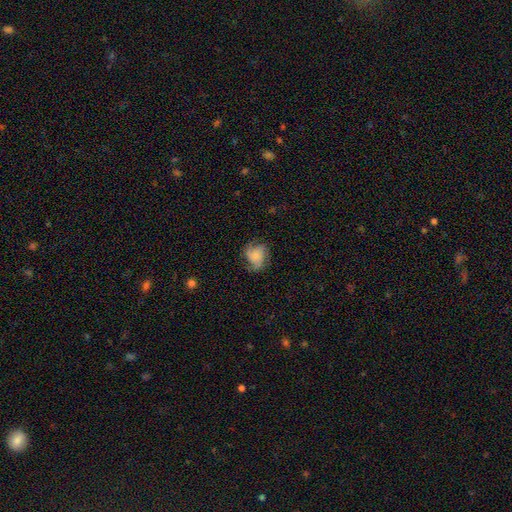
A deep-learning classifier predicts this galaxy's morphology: Smooth or featured? featured or disk (57%)
Edge-on disk? no (98%)
Bar? no (77%)
Spiral arms? yes (90%)
Bulge size? small (57%)
Merging? none (63%)